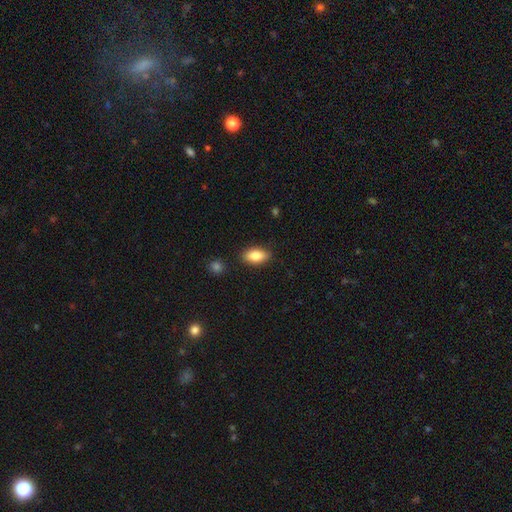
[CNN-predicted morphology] Smooth or featured: smooth — 84% (featured or disk — 10%)
How rounded: in between — 90% (cigar-shaped — 5%)
Merging: none — 87% (minor disturbance — 9%)